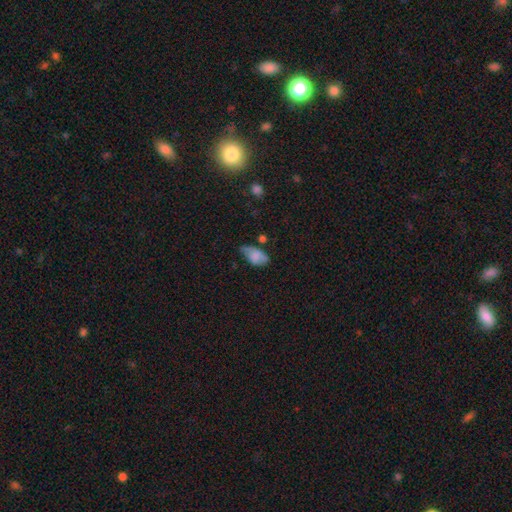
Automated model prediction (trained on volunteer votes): Smooth or featured: smooth — 73% (featured or disk — 18%)
How rounded: in between — 92% (round — 6%)
Merging: minor disturbance — 41% (none — 39%)